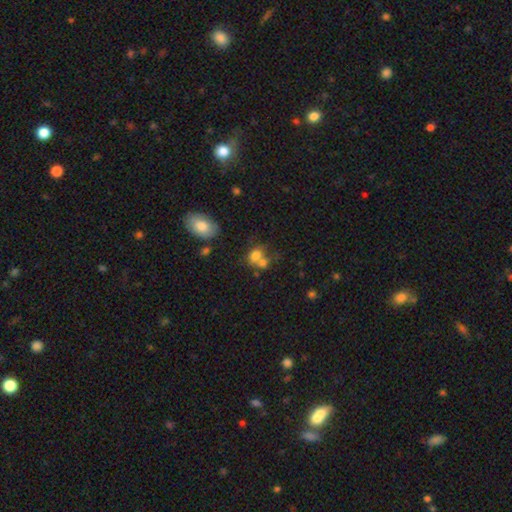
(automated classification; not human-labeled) smooth_or_featured: smooth (p=0.75) [alt: featured or disk p=0.14]
how_rounded: in between (p=0.52) [alt: round p=0.47]
merging: merger (p=0.50) [alt: none p=0.33]